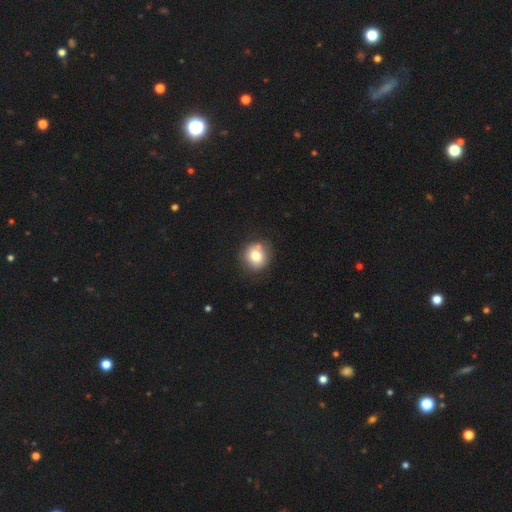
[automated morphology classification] This appears to be a smooth galaxy with no disk features (77%) that is round (88%). Merging: none (77%).